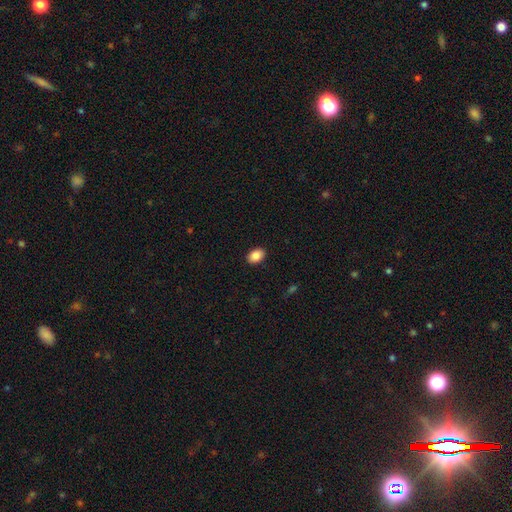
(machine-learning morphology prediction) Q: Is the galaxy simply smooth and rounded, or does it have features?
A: smooth — 87%.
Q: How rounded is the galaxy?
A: in between — 80%.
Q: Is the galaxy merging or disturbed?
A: none — 90%.